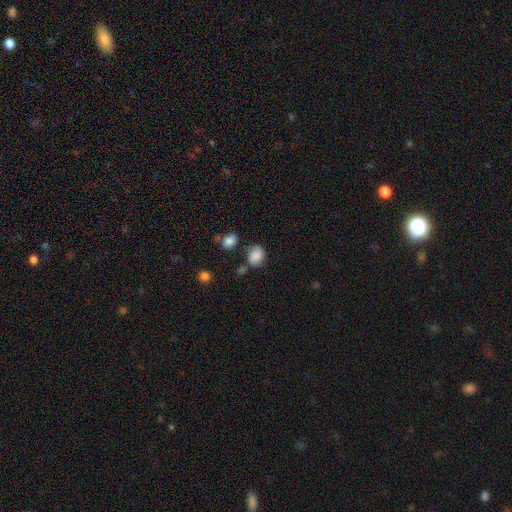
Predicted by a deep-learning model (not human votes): smooth-or-featured: smooth: 75% | featured or disk: 15% | star or artifact: 10%
  how-rounded: round: 53% | in between: 46% | cigar-shaped: 1%
  merging: none: 58% | minor disturbance: 25% | merger: 9% | major disturbance: 8%